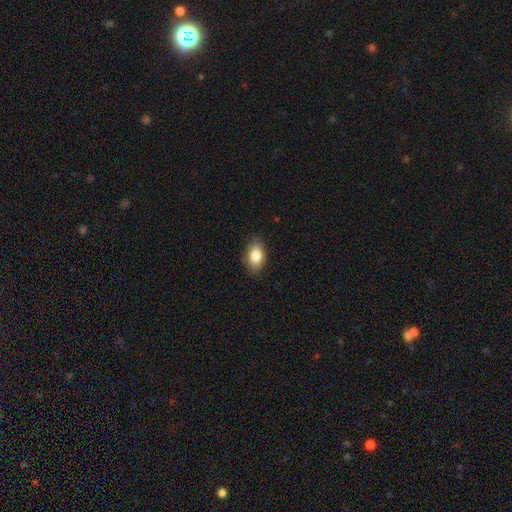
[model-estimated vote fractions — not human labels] smooth-or-featured: smooth: 84% | featured or disk: 9% | star or artifact: 8%
  how-rounded: in between: 89% | round: 9% | cigar-shaped: 2%
  merging: none: 87% | minor disturbance: 10% | major disturbance: 2% | merger: 1%